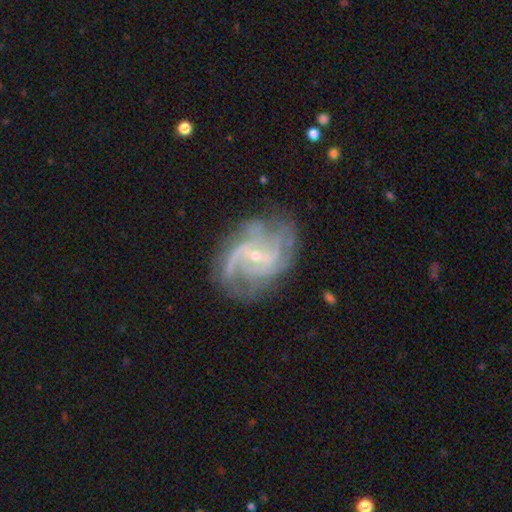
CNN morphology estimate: Smooth or featured? featured or disk (89%)
Edge-on disk? no (98%)
Bar? weak (47%)
Spiral arms? yes (97%)
Spiral winding? medium (50%)
Spiral arm count? 2 (41%)
Bulge size? small (78%)
Merging? none (68%)